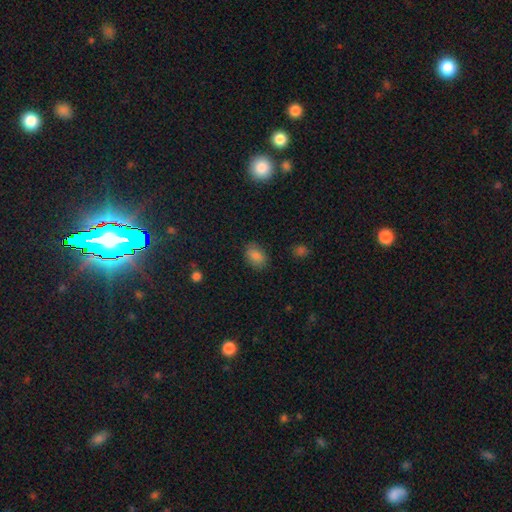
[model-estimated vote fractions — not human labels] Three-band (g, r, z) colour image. It shows a smooth galaxy with no disk features (83%) that is in between round and cigar-shaped (81%). Merging: none (83%).